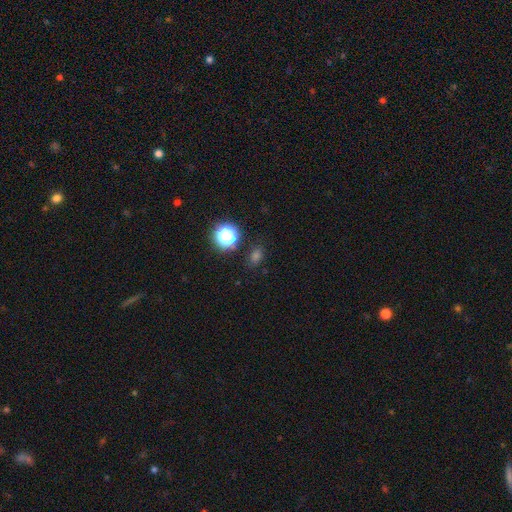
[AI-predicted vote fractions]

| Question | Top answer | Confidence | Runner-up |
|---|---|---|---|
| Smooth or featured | smooth | 63% | star or artifact (31%) |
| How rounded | in between | 52% | round (45%) |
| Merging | none | 82% | minor disturbance (11%) |